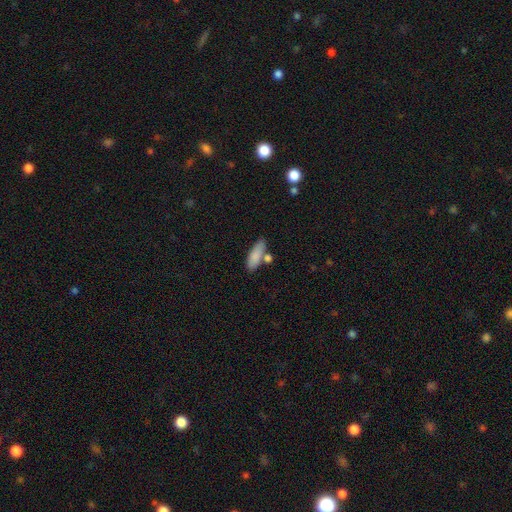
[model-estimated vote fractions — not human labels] A smooth galaxy with no disk features (83%) that is in between round and cigar-shaped (64%).

Vote fractions:
- Smooth or featured? smooth: 83% / featured or disk: 10% / star or artifact: 6%
- How rounded? in between: 64% / cigar-shaped: 34% / round: 3%
- Merging? none: 66% / merger: 17% / minor disturbance: 14% / major disturbance: 4%